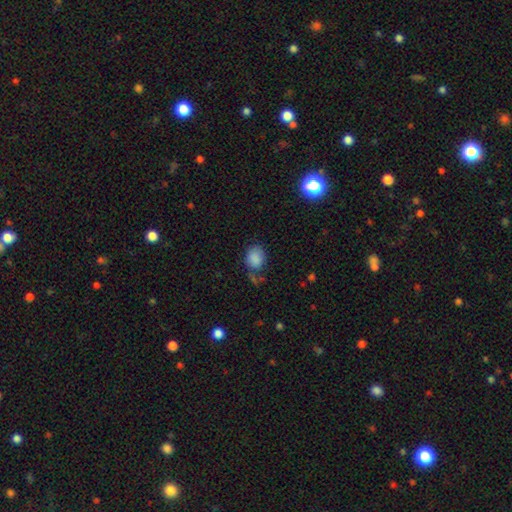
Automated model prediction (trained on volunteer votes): This appears to be a smooth galaxy with no disk features (85%) that is in between round and cigar-shaped (56%). Merging: none (59%).